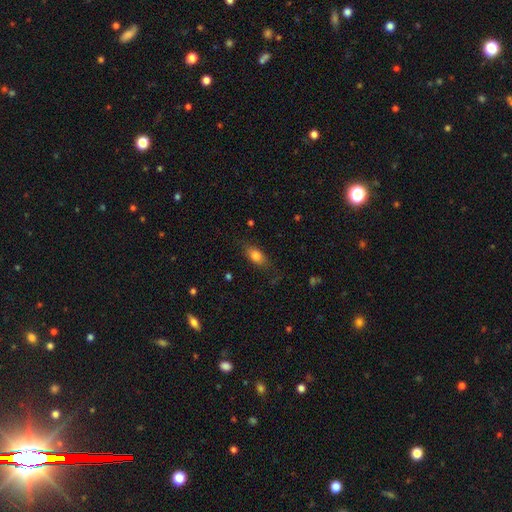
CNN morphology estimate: This appears to be a smooth galaxy with no disk features (77%) that is in between round and cigar-shaped (81%). Merging: none (74%).